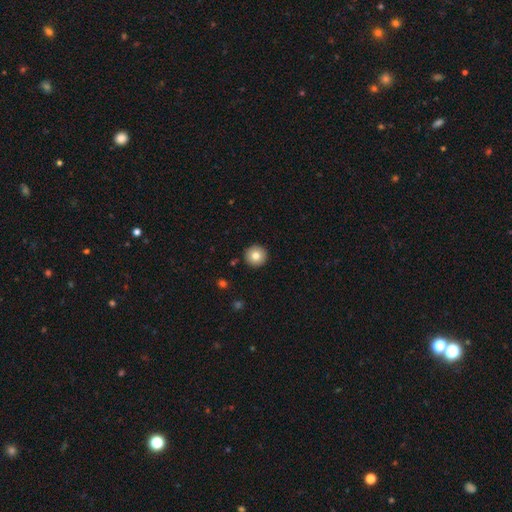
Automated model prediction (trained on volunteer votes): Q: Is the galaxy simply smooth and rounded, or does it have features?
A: smooth — 80%.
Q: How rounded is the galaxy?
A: round — 96%.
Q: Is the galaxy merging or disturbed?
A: none — 93%.